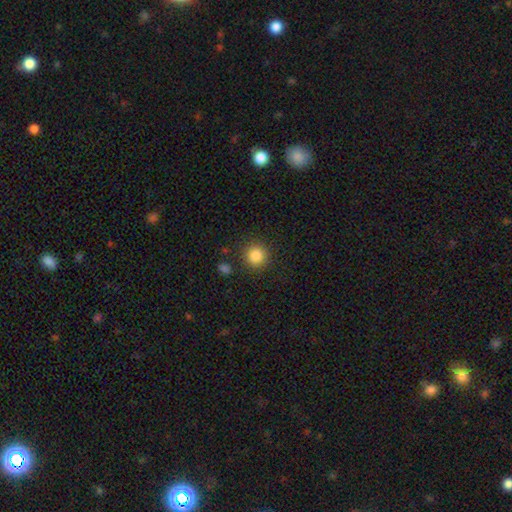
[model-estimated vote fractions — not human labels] smooth_or_featured: smooth (p=0.85) [alt: star or artifact p=0.10]
how_rounded: round (p=0.93) [alt: in between p=0.06]
merging: none (p=0.88) [alt: minor disturbance p=0.07]